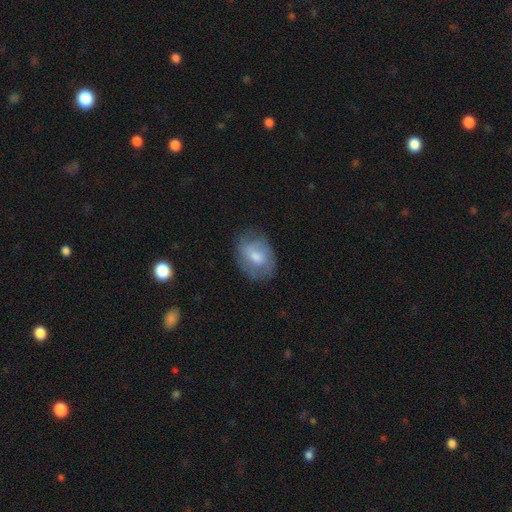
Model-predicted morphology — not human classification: This is possibly a smooth galaxy (59%). How rounded: likely in between (72%). Merging: likely none (66%).